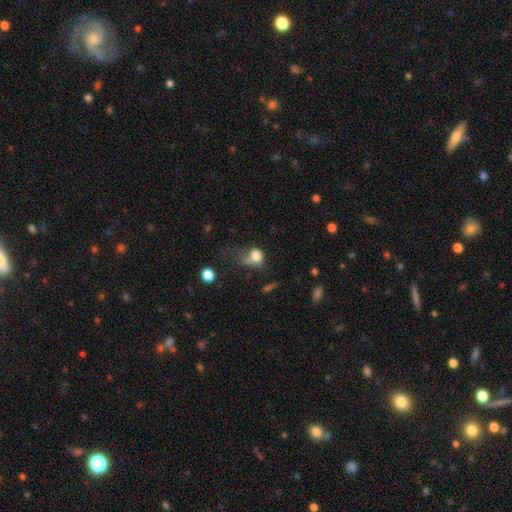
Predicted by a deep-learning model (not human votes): This is likely a smooth galaxy (73%). How rounded: possibly in between (50%). Merging: marginally major disturbance (41%).